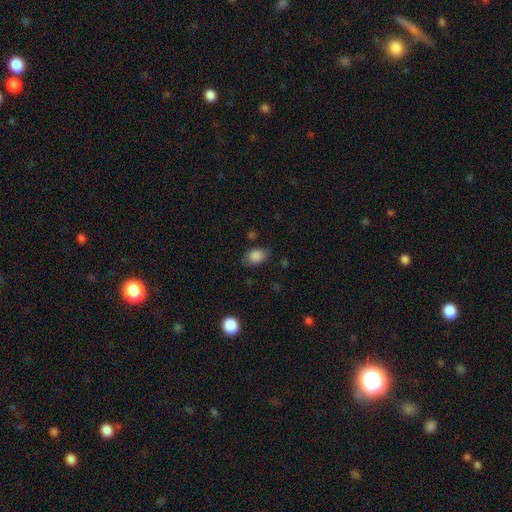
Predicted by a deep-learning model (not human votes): This appears to be a smooth galaxy with no disk features (84%) that is in between round and cigar-shaped (78%). Merging: none (71%).